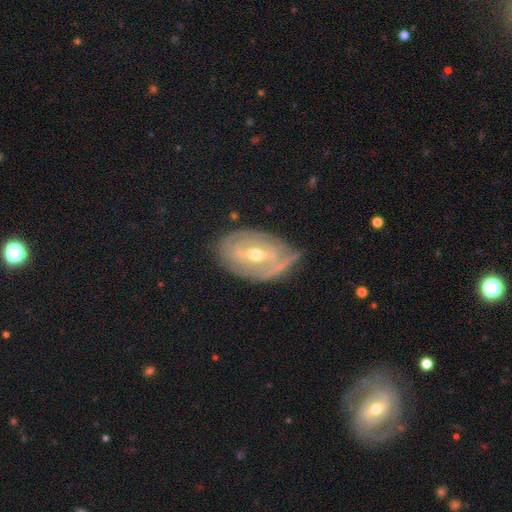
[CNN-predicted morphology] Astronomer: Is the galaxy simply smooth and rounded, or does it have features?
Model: featured or disk — 78%.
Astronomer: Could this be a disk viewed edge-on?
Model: no — 92%.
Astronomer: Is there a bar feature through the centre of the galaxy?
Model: weak — 44% (runner-up: strong, 33%).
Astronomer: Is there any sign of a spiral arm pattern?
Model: yes — 77%.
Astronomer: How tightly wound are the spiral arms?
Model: tight — 60%.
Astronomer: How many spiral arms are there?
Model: can't tell — 40% (runner-up: 2, 38%).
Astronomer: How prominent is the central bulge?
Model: moderate — 63%.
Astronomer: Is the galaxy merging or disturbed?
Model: none — 64%.